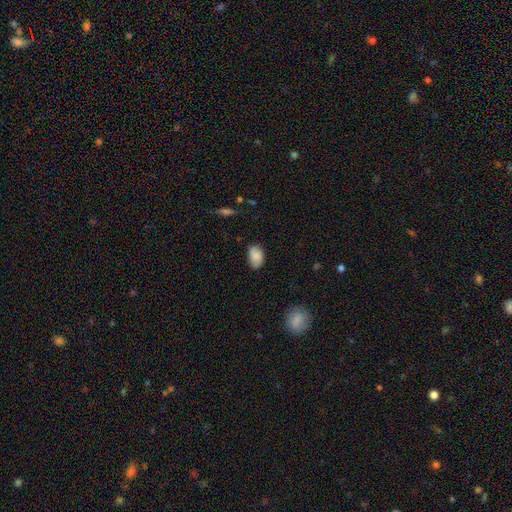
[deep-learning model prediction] Overall: smooth (82%). How rounded: in between (87%). Merging: none (75%).